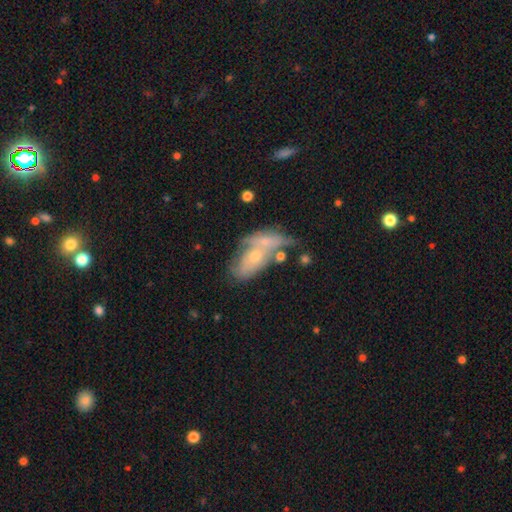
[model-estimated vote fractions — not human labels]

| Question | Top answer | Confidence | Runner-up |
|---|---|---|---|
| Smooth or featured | featured or disk | 50% | smooth (42%) |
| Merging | merger | 38% | none (27%) |